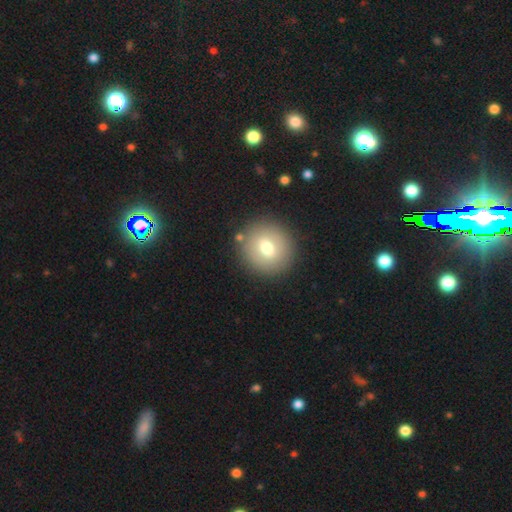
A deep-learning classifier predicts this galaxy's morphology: Smooth or featured: smooth — 68% (featured or disk — 22%)
How rounded: round — 90% (in between — 9%)
Merging: none — 87% (minor disturbance — 7%)